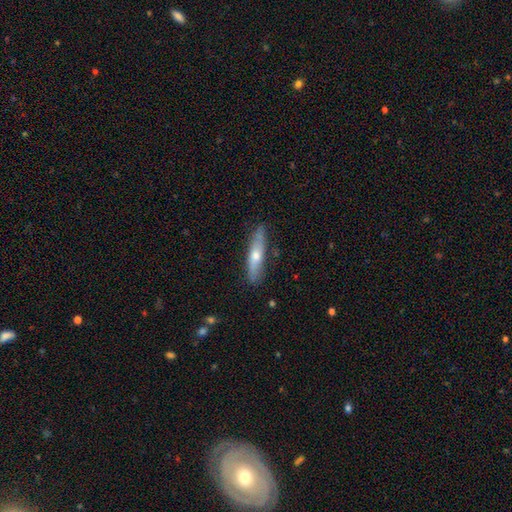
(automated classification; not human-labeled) Overall: smooth (49%; featured or disk 45%). Merging: none (84%).